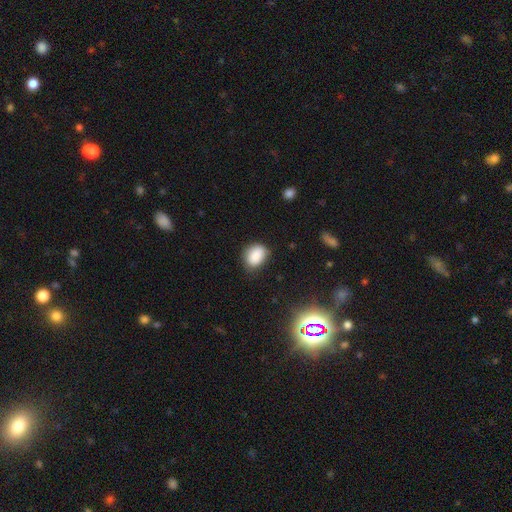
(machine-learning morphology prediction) A smooth galaxy with no disk features (86%) that is in between round and cigar-shaped (69%). Merging: none (74%).